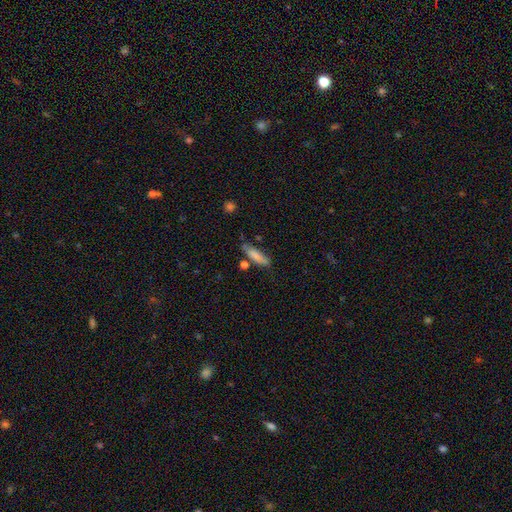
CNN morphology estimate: Smooth or featured? Predicted: smooth (p=0.79). How rounded? Predicted: cigar-shaped (p=0.62). Merging? Predicted: none (p=0.64).